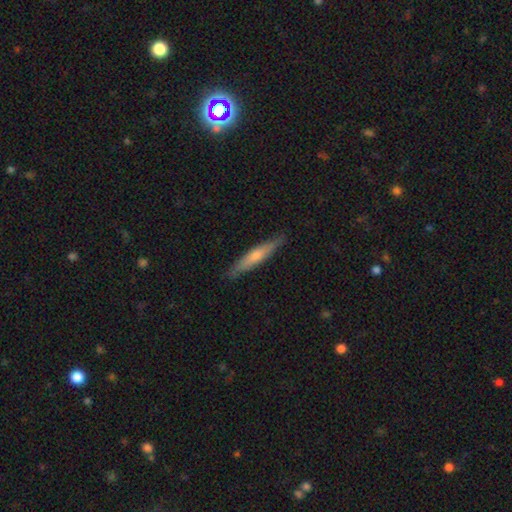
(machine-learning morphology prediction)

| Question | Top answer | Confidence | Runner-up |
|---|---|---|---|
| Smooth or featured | smooth | 54% | featured or disk (40%) |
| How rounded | cigar-shaped | 92% | in between (7%) |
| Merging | none | 88% | minor disturbance (9%) |